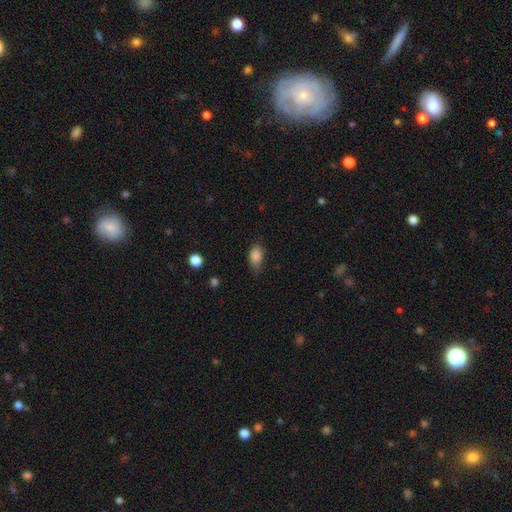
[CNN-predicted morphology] This appears to be a smooth galaxy with no disk features (86%) that is in between round and cigar-shaped (88%). Merging: none (67%).